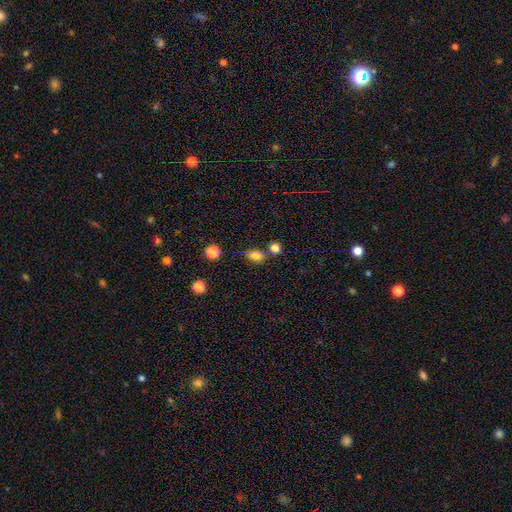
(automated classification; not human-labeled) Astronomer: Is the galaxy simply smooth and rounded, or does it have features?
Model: smooth — 79%.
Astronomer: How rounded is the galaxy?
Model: in between — 53% (runner-up: round, 45%).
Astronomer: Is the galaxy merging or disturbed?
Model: none — 60%.